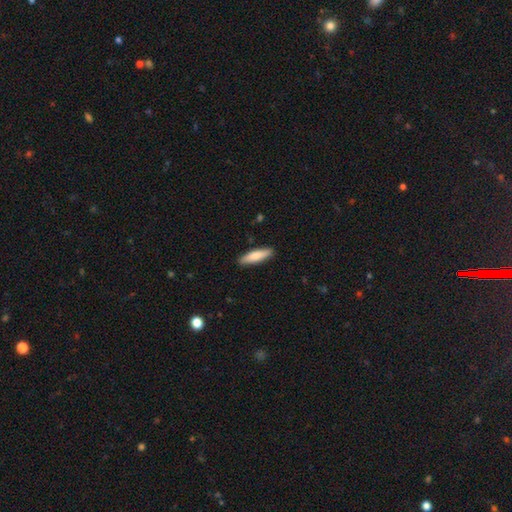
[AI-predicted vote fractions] Smooth or featured?
  - smooth: 78% *
  - featured or disk: 17%
  - star or artifact: 5%
How rounded?
  - cigar-shaped: 69% *
  - in between: 30%
  - round: 2%
Merging?
  - none: 89% *
  - minor disturbance: 8%
  - major disturbance: 2%
  - merger: 1%